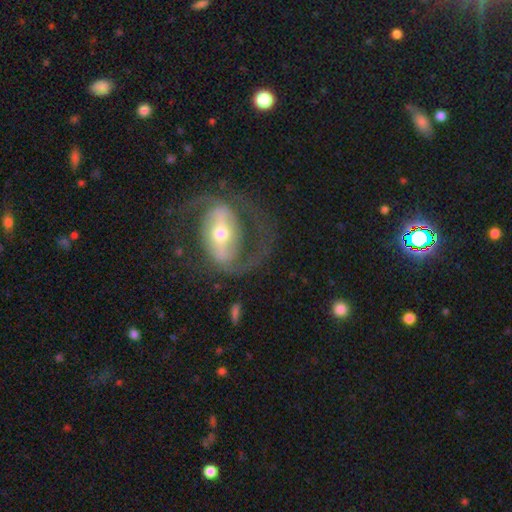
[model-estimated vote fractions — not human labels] smooth_or_featured: featured or disk (p=0.84) [alt: smooth p=0.10]
disk_edge_on: no (p=0.95) [alt: yes p=0.05]
bar: strong (p=0.47) [alt: weak p=0.30]
has_spiral_arms: yes (p=0.90) [alt: no p=0.10]
spiral_winding: medium (p=0.52) [alt: loose p=0.26]
spiral_arm_count: 2 (p=0.87) [alt: can't tell p=0.05]
bulge_size: moderate (p=0.58) [alt: small p=0.33]
merging: none (p=0.66) [alt: major disturbance p=0.18]